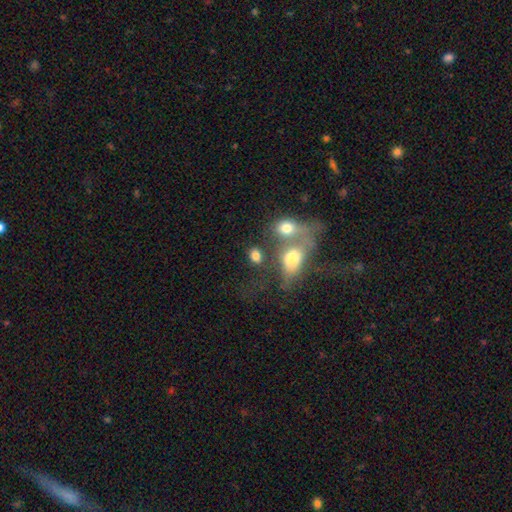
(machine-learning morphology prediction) Q: Smooth or featured?
A: smooth (76%); runner-up: featured or disk (12%)
Q: How rounded?
A: in between (66%); runner-up: round (31%)
Q: Merging?
A: merger (41%); runner-up: none (37%)